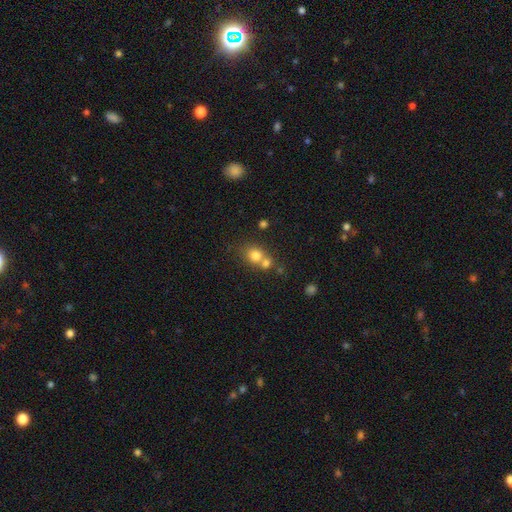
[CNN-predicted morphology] A smooth galaxy with no disk features (77%) that is round (78%).

Vote fractions:
- Smooth or featured? smooth: 77% / star or artifact: 12% / featured or disk: 11%
- How rounded? round: 78% / in between: 21% / cigar-shaped: 1%
- Merging? merger: 49% / none: 40% / minor disturbance: 7% / major disturbance: 3%